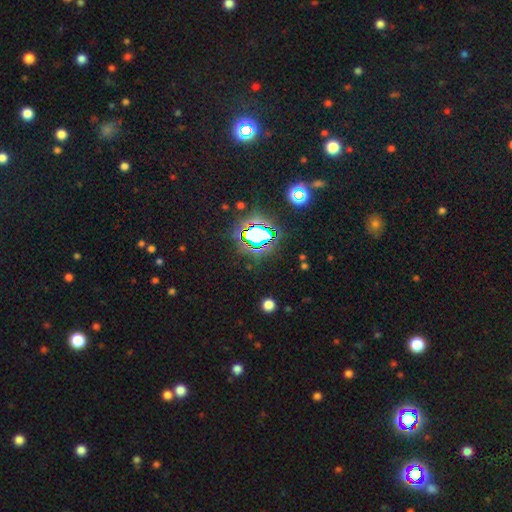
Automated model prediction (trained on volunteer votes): This appears to be a star or artifact, not a galaxy (81%).